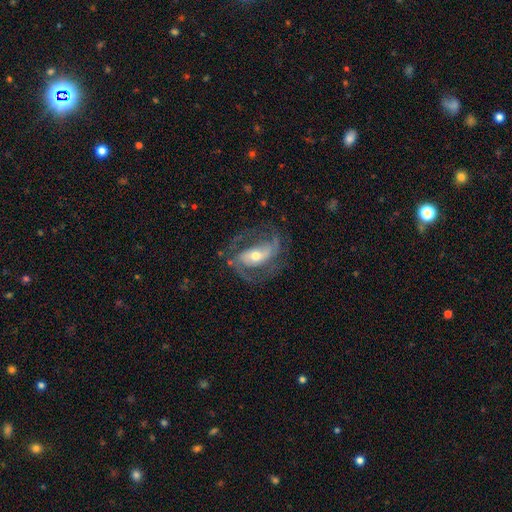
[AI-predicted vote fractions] featured or disk 86%, smooth 9%, star or artifact 6%. Down the decision tree: edge-on disk — no (96%); bar — strong (38%); spiral arms — yes (94%); spiral arm count — 2 (77%); spiral winding — medium (52%); bulge size — moderate (57%); merging — none (67%).